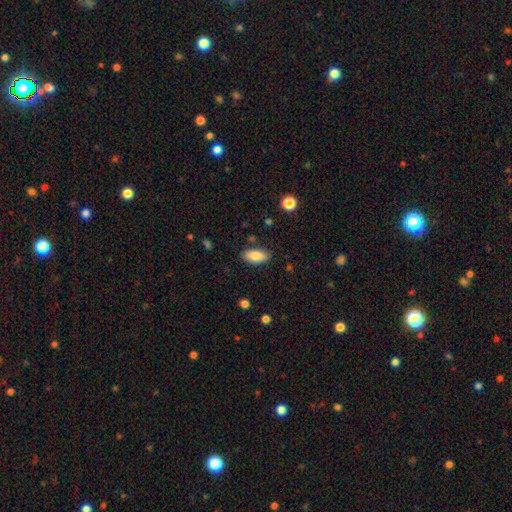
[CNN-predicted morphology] Smooth or featured? smooth (85%)
How rounded? in between (89%)
Merging? none (84%)